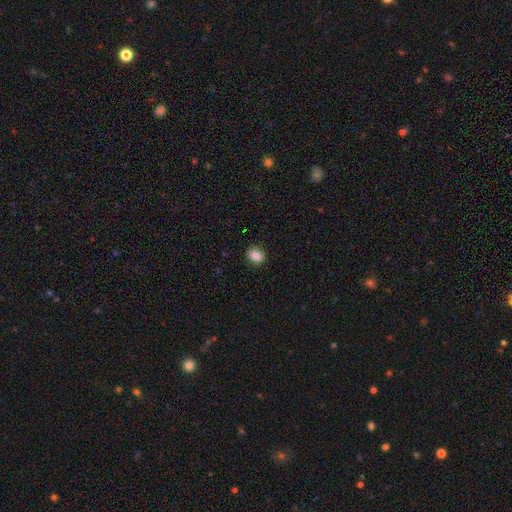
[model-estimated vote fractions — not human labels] Smooth or featured?
  - smooth: 83% *
  - star or artifact: 9%
  - featured or disk: 8%
How rounded?
  - in between: 50% *
  - round: 49%
  - cigar-shaped: 1%
Merging?
  - none: 88% *
  - minor disturbance: 9%
  - major disturbance: 2%
  - merger: 1%